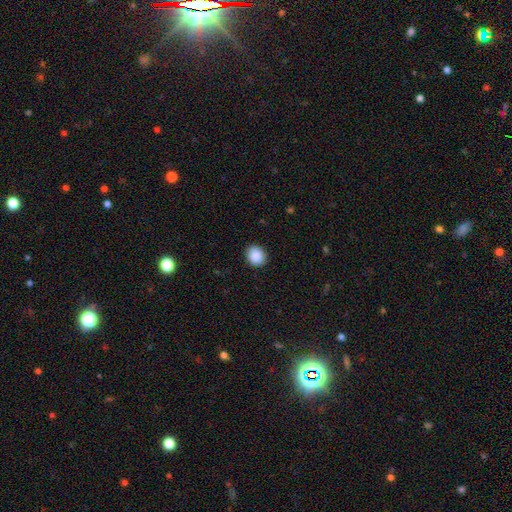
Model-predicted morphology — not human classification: The model was most divided on "how rounded": round: 77%, in between: 22%, cigar-shaped: 1%. More confident: merging — none (90%); smooth or featured — smooth (89%).